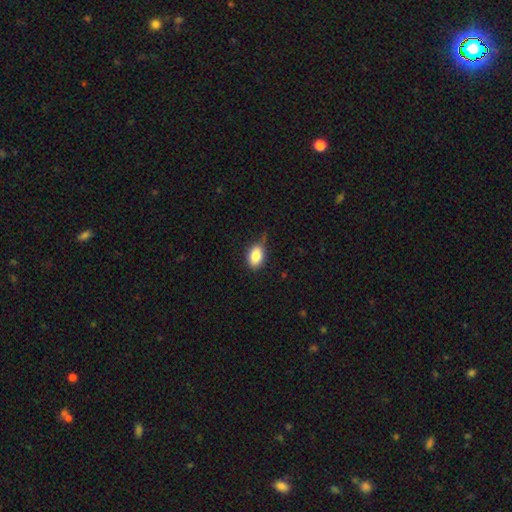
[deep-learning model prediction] The model was most divided on "merging": none: 60%, minor disturbance: 32%, major disturbance: 6%, merger: 2%. More confident: how rounded — in between (85%); smooth or featured — smooth (85%).